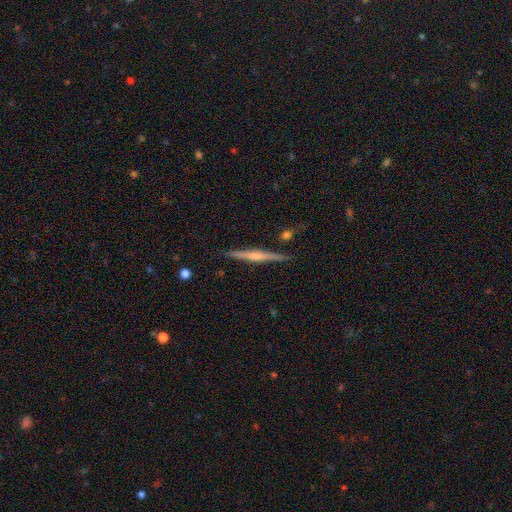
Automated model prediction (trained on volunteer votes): Overall: featured or disk (74%). Edge-on disk: yes (98%). Edge-on bulge: rounded (69%). Merging: none (89%).